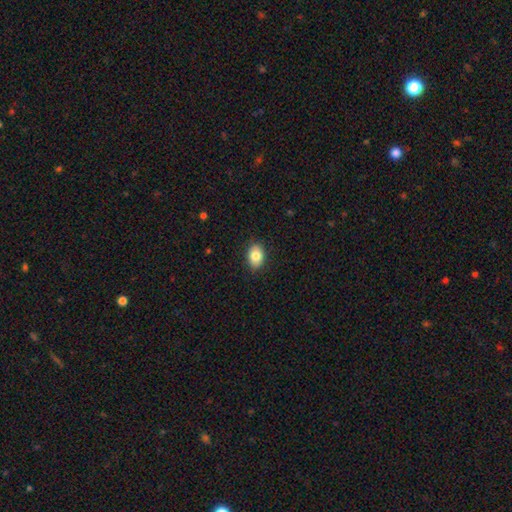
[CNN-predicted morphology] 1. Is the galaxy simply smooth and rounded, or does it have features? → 84% smooth, 8% featured or disk, 8% star or artifact.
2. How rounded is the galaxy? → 82% in between, 17% round, 1% cigar-shaped.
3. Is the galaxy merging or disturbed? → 88% none, 9% minor disturbance, 2% major disturbance, 1% merger.